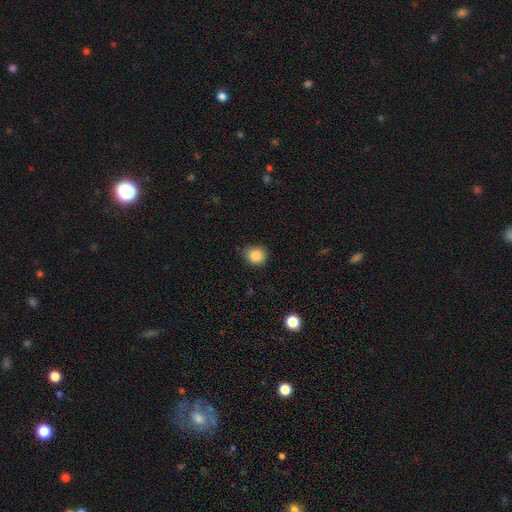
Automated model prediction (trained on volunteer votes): A smooth galaxy with no disk features (87%) that is round (83%). Merging: none (78%).